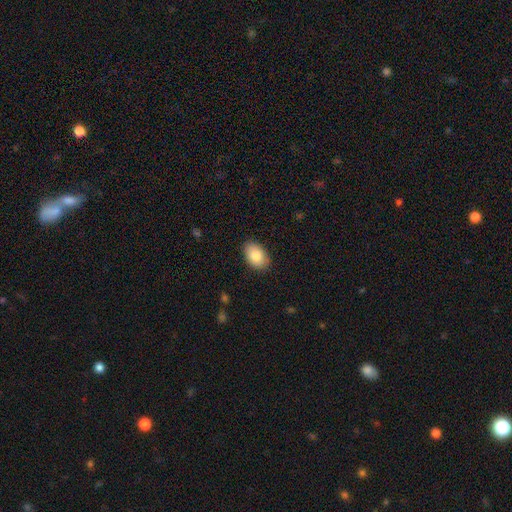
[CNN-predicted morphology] Smooth or featured? Predicted: smooth (p=0.84). How rounded? Predicted: in between (p=0.89). Merging? Predicted: none (p=0.87).